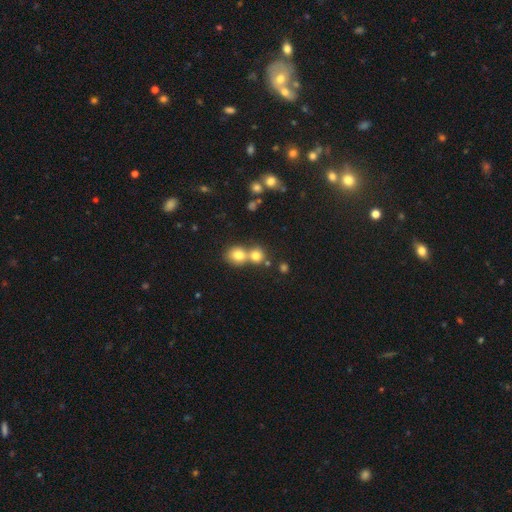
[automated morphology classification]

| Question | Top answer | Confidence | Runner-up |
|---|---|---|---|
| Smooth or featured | smooth | 77% | star or artifact (13%) |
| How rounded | round | 82% | in between (17%) |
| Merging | merger | 53% | none (39%) |